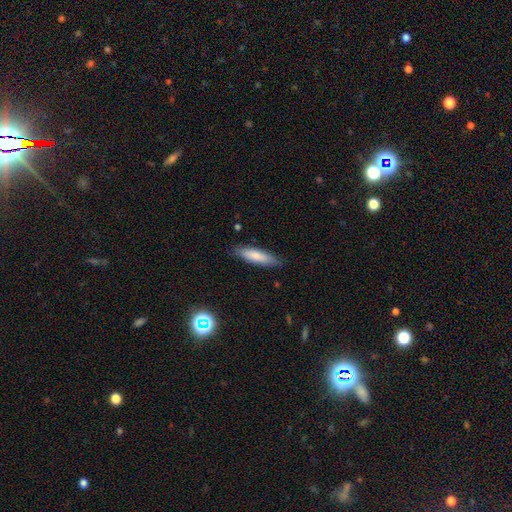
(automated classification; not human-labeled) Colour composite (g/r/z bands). It shows a smooth galaxy with no disk features (80%) that is cigar-shaped (69%). Merging: none (85%).